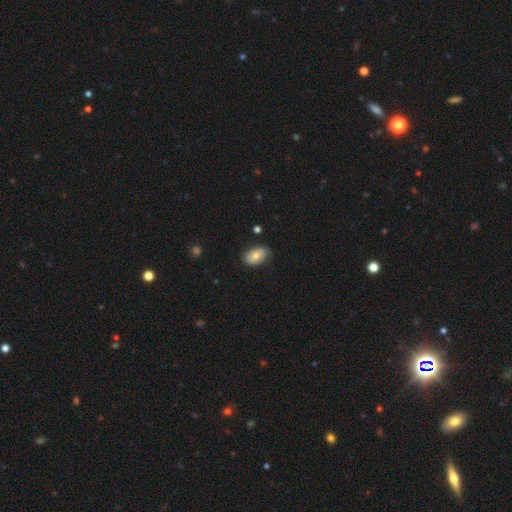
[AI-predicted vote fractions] Smooth or featured? smooth (69%)
How rounded? in between (89%)
Merging? none (78%)